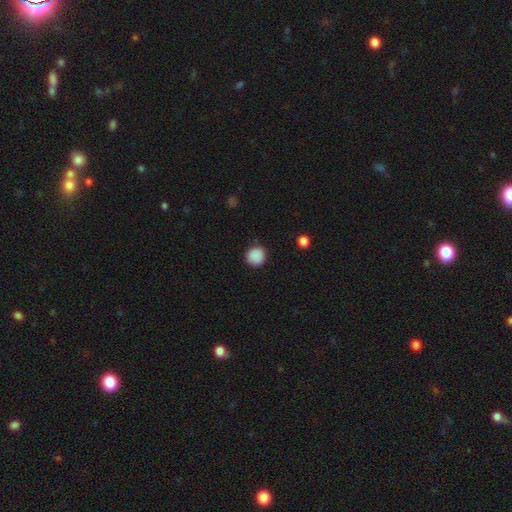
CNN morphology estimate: The model was most divided on "smooth or featured": smooth: 89%, star or artifact: 9%, featured or disk: 2%. More confident: how rounded — round (93%); merging — none (89%).